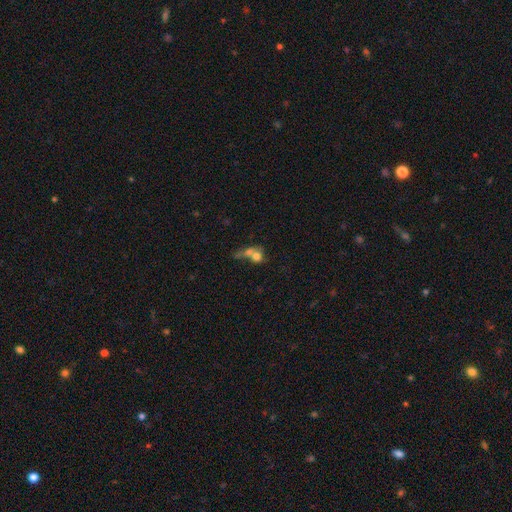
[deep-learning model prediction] Q: Smooth or featured?
A: smooth (64%); runner-up: featured or disk (23%)
Q: How rounded?
A: round (65%); runner-up: in between (32%)
Q: Merging?
A: merger (61%); runner-up: none (20%)